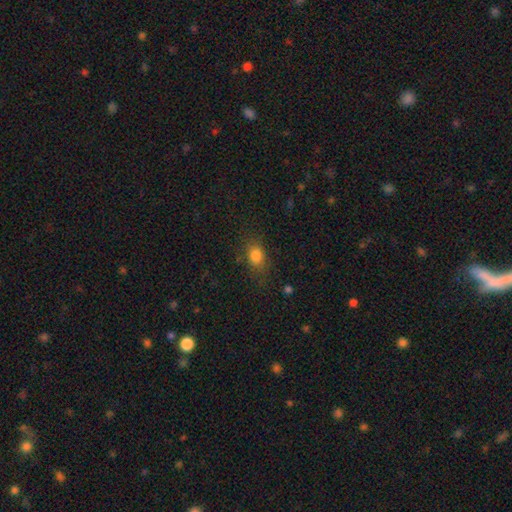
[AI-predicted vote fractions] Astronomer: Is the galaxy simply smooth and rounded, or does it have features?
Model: smooth — 82%.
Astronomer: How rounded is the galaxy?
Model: in between — 65%.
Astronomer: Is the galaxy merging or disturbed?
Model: none — 73%.